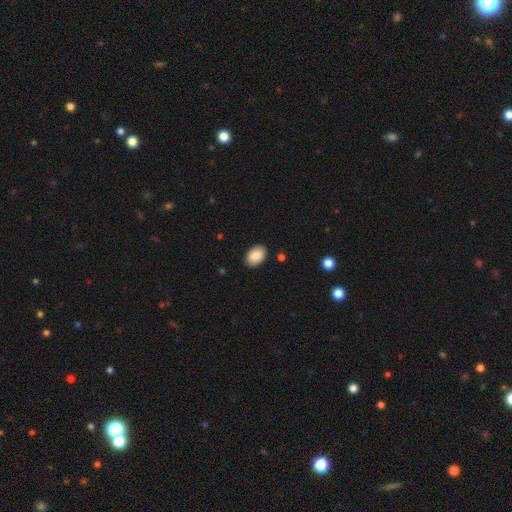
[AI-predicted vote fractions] This is clearly a smooth galaxy (88%). How rounded: clearly in between (88%). Merging: clearly none (88%).